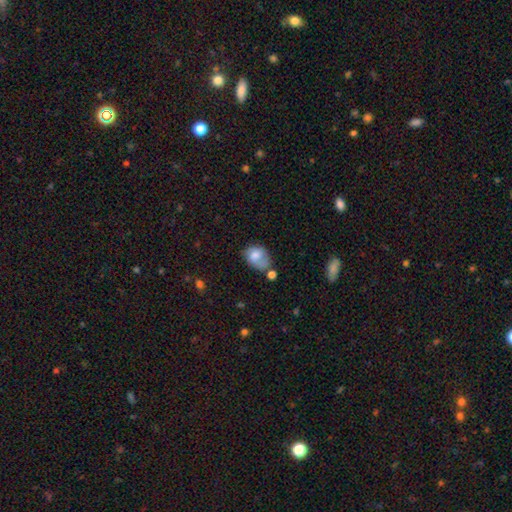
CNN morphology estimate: A smooth galaxy with no disk features (68%) that is in between round and cigar-shaped (66%). Merging: none (37%).